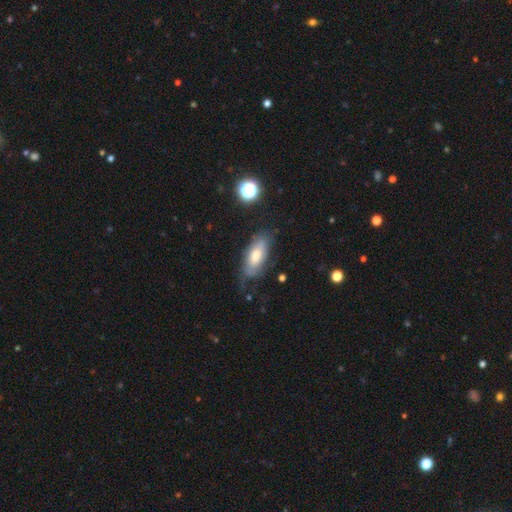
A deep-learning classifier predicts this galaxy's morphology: type=smooth (52%); roundness=in between (79%); merging=none (62%).